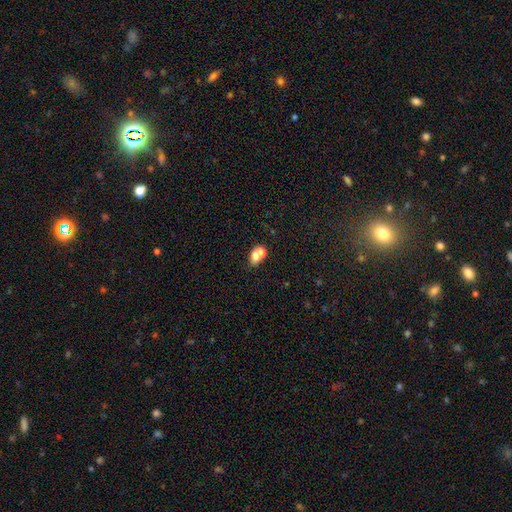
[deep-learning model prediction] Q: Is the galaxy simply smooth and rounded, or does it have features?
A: smooth — 69%.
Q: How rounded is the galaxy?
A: in between — 62%.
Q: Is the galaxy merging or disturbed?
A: merger — 61%.